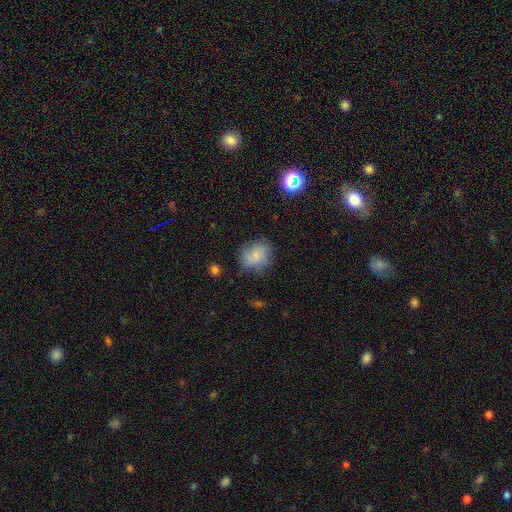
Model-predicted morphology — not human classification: smooth 72%, featured or disk 18%, star or artifact 11%. Down the decision tree: how rounded — round (72%); merging — none (72%).